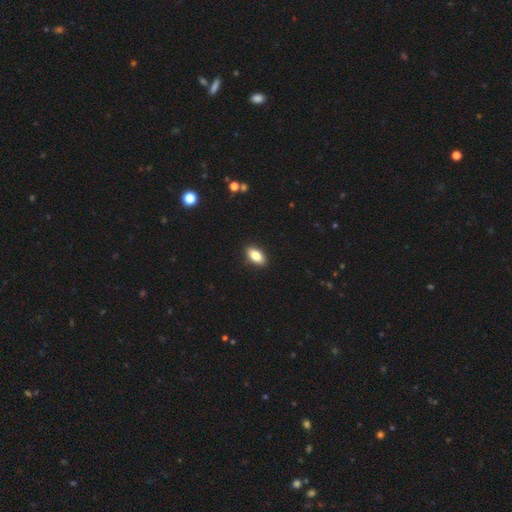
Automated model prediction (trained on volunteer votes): Smooth or featured? Predicted: smooth (p=0.82). How rounded? Predicted: in between (p=0.91). Merging? Predicted: none (p=0.90).